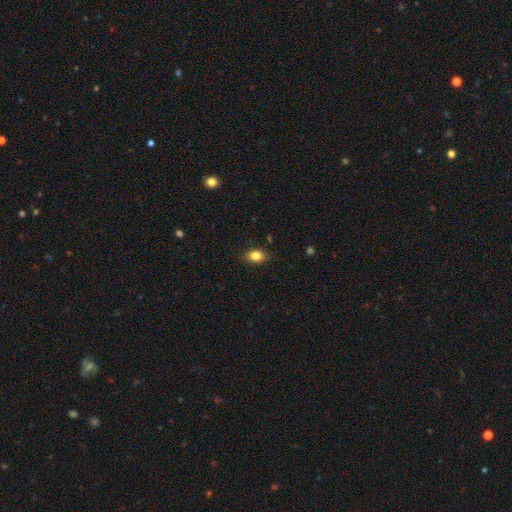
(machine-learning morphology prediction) Smooth or featured? smooth (84%)
How rounded? in between (78%)
Merging? none (86%)